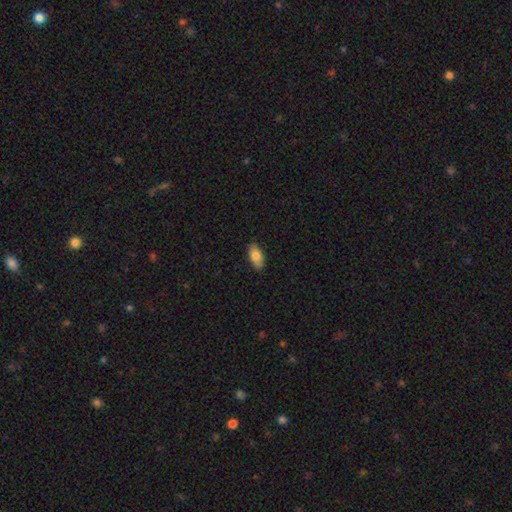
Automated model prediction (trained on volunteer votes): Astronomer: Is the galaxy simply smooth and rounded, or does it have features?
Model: smooth — 83%.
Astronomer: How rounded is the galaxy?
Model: in between — 91%.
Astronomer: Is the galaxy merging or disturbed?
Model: none — 88%.